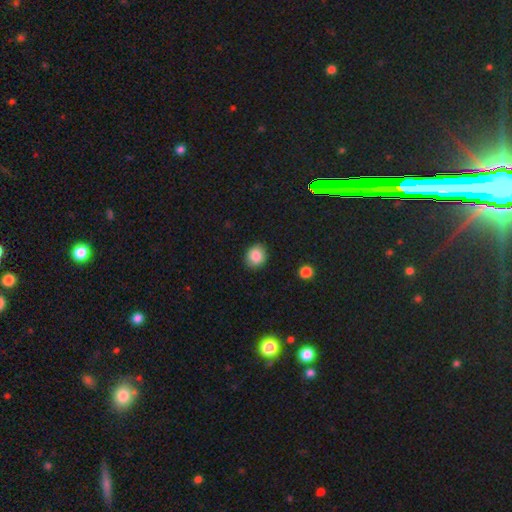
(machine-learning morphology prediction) type=smooth (86%); roundness=round (69%); merging=none (89%).